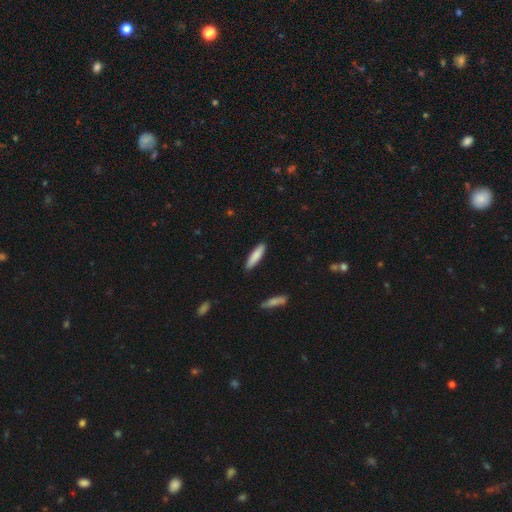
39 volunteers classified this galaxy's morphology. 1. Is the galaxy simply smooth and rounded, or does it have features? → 87% smooth, 13% featured or disk, 0% star or artifact.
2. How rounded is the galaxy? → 74% cigar-shaped, 26% in between, 0% round.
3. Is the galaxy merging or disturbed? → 85% none, 10% minor disturbance, 5% major disturbance, 0% merger.